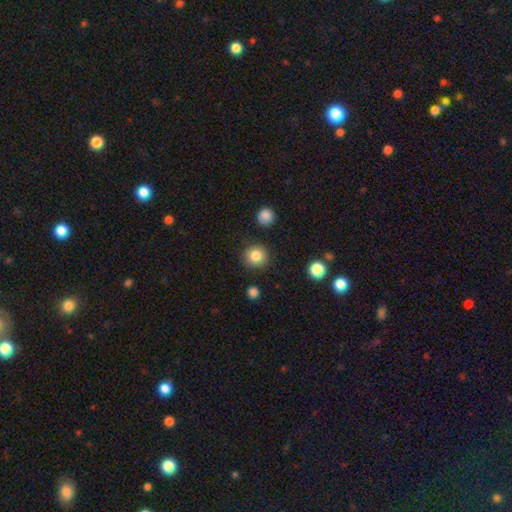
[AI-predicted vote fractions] smooth 84%, star or artifact 10%, featured or disk 6%. Down the decision tree: how rounded — round (92%); merging — none (89%).